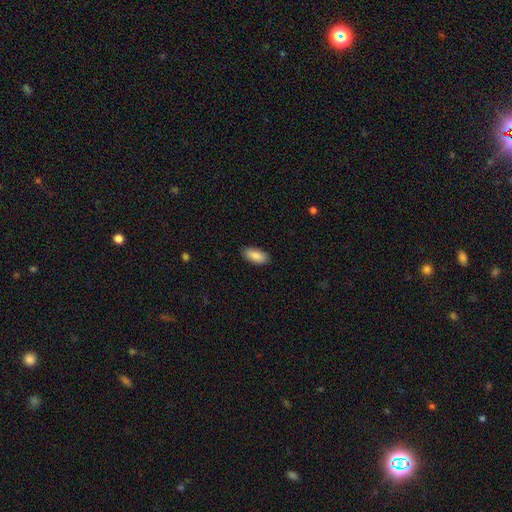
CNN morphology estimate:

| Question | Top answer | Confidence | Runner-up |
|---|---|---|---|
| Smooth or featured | smooth | 88% | star or artifact (6%) |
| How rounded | in between | 90% | cigar-shaped (8%) |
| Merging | none | 89% | minor disturbance (8%) |